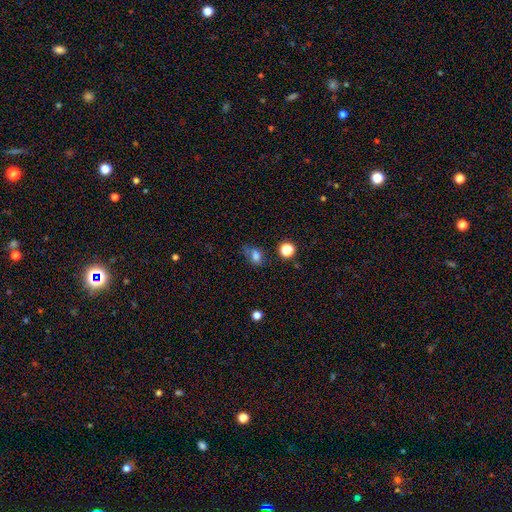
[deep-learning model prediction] Morphology: type=smooth (74%); roundness=in between (67%); merging=none (51%).